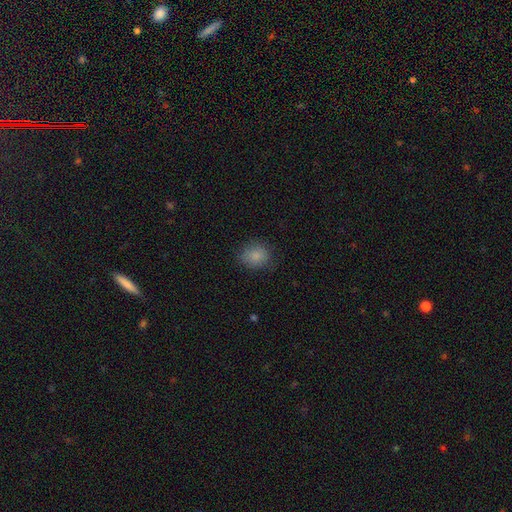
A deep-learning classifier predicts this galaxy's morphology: Smooth or featured? smooth (85%)
How rounded? round (74%)
Merging? none (81%)